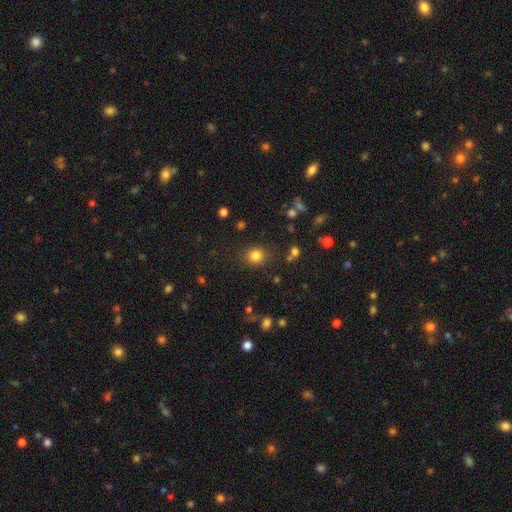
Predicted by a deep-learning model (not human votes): A smooth galaxy with no disk features (82%) that is round (76%).

Vote fractions:
- Smooth or featured? smooth: 82% / star or artifact: 13% / featured or disk: 5%
- How rounded? round: 76% / in between: 23% / cigar-shaped: 1%
- Merging? none: 84% / minor disturbance: 9% / major disturbance: 4% / merger: 3%